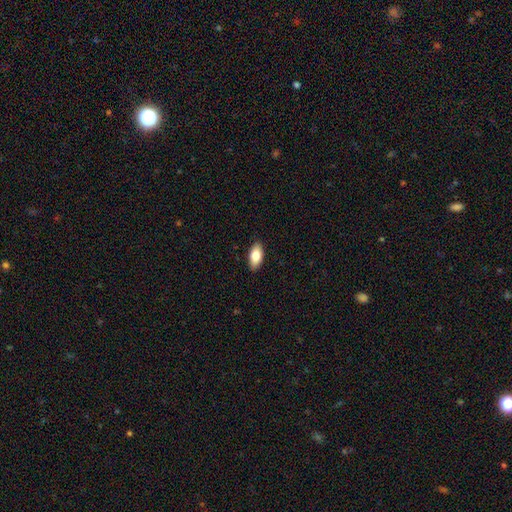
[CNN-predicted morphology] Q: Smooth or featured?
A: smooth (82%); runner-up: featured or disk (11%)
Q: How rounded?
A: in between (91%); runner-up: cigar-shaped (6%)
Q: Merging?
A: none (89%); runner-up: minor disturbance (8%)